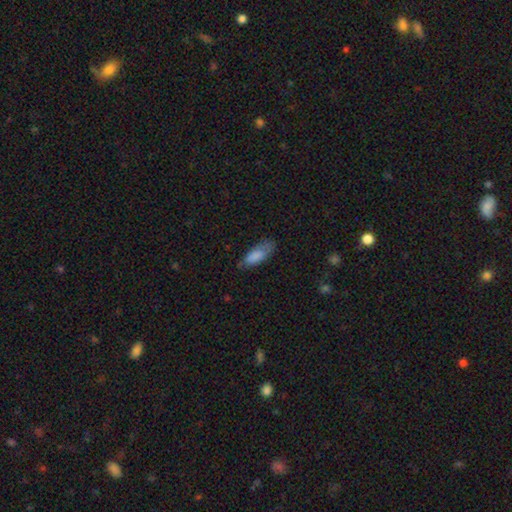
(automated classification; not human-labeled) The model was most divided on "merging": none: 55%, minor disturbance: 33%, major disturbance: 10%, merger: 2%. More confident: smooth or featured — smooth (82%); how rounded — in between (75%).